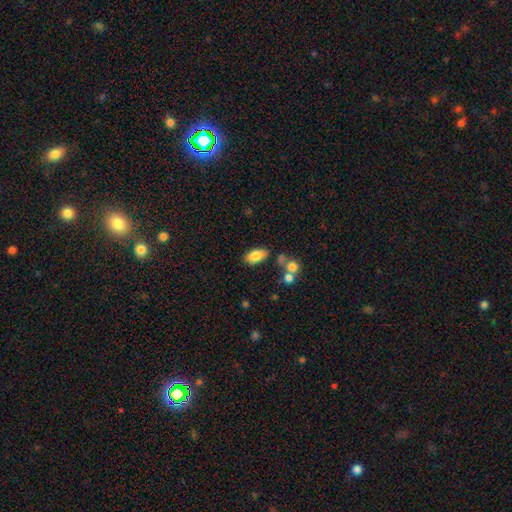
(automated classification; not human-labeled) A smooth galaxy with no disk features (81%) that is in between round and cigar-shaped (91%).

Vote fractions:
- Smooth or featured? smooth: 81% / featured or disk: 11% / star or artifact: 8%
- How rounded? in between: 91% / cigar-shaped: 5% / round: 4%
- Merging? none: 74% / minor disturbance: 14% / merger: 9% / major disturbance: 4%